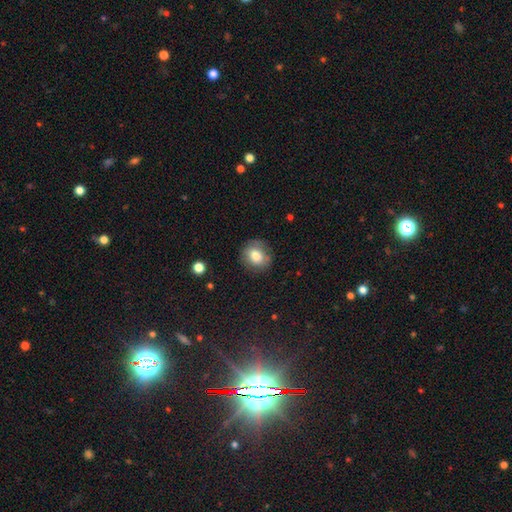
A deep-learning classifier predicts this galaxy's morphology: smooth-or-featured: smooth: 79% | featured or disk: 13% | star or artifact: 9%
  how-rounded: round: 65% | in between: 34% | cigar-shaped: 1%
  merging: none: 75% | minor disturbance: 18% | major disturbance: 6% | merger: 1%